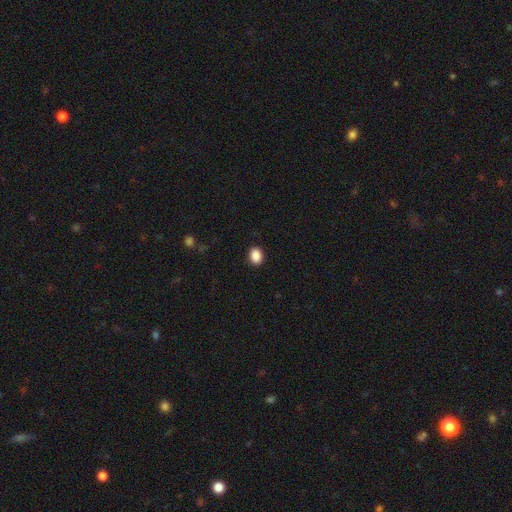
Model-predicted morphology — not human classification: type=smooth (89%); roundness=in between (65%); merging=none (90%).